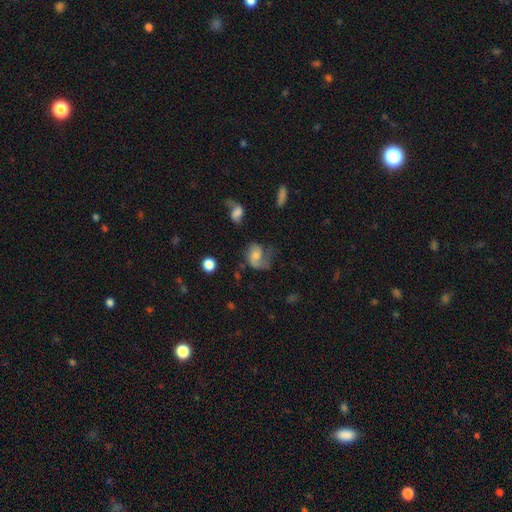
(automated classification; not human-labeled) smooth-or-featured: featured or disk: 51% | smooth: 40% | star or artifact: 10%
  disk-edge-on: no: 96% | yes: 4%
  merging: major disturbance: 38% | none: 33% | minor disturbance: 25% | merger: 4%